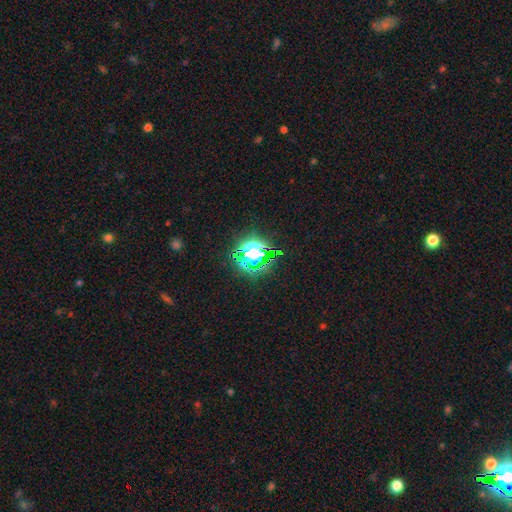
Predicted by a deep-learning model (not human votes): A star or artifact, not a galaxy (64%).

Vote fractions:
- Smooth or featured? star or artifact: 64% / smooth: 24% / featured or disk: 12%